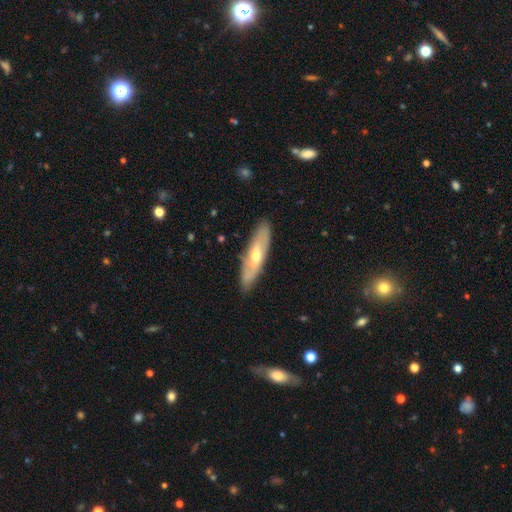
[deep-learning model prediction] A featured or disk galaxy (54%) viewed edge-on (55%).

Vote fractions:
- Smooth or featured? featured or disk: 54% / smooth: 39% / star or artifact: 7%
- Edge-on disk? yes: 55% / no: 45%
- Merging? none: 87% / minor disturbance: 10% / major disturbance: 2% / merger: 1%